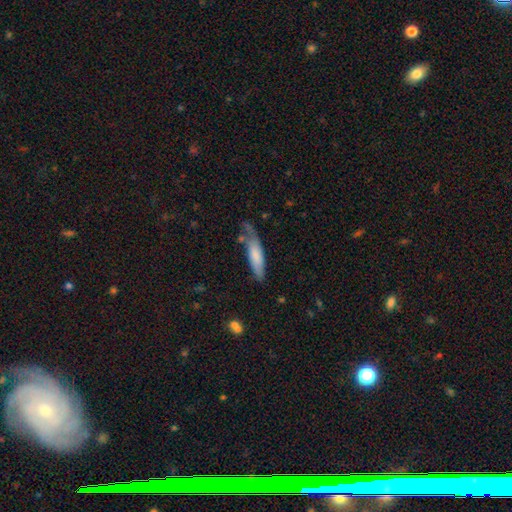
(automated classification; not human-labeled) Smooth or featured: smooth — 73% (featured or disk — 22%)
How rounded: cigar-shaped — 67% (in between — 32%)
Merging: none — 50% (minor disturbance — 32%)